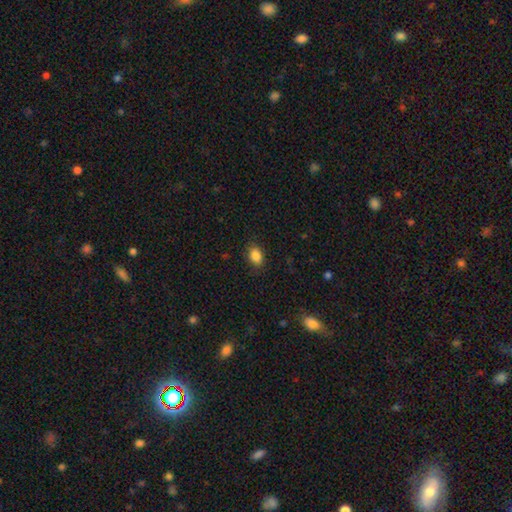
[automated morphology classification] This is clearly a smooth galaxy (86%). How rounded: likely in between (76%). Merging: clearly none (85%).